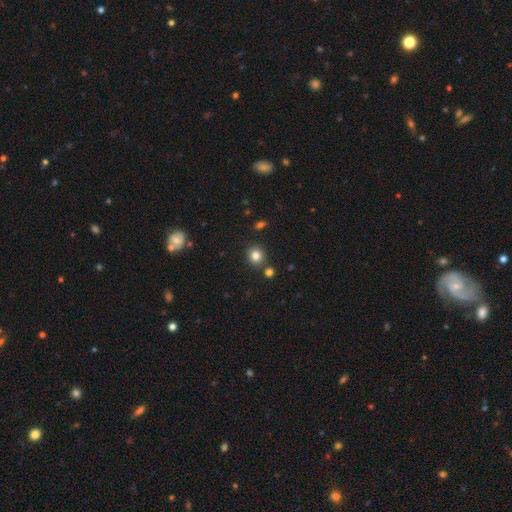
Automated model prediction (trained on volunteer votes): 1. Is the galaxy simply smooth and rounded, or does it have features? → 82% smooth, 12% star or artifact, 6% featured or disk.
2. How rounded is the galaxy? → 81% round, 18% in between, 1% cigar-shaped.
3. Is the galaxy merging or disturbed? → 82% none, 8% minor disturbance, 7% merger, 2% major disturbance.